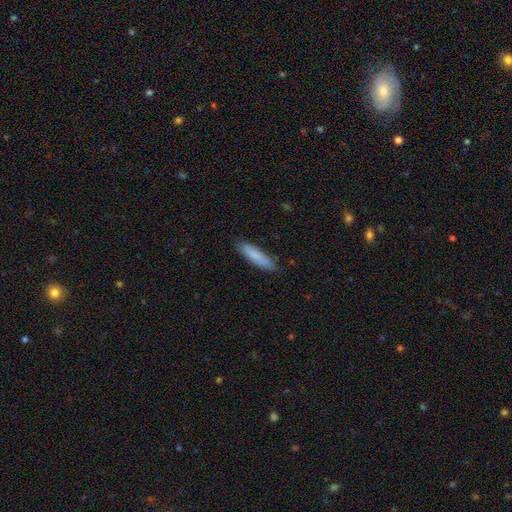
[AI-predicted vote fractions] smooth-or-featured: smooth: 84% | featured or disk: 10% | star or artifact: 6%
  how-rounded: cigar-shaped: 78% | in between: 21% | round: 1%
  merging: none: 87% | minor disturbance: 10% | major disturbance: 2% | merger: 1%